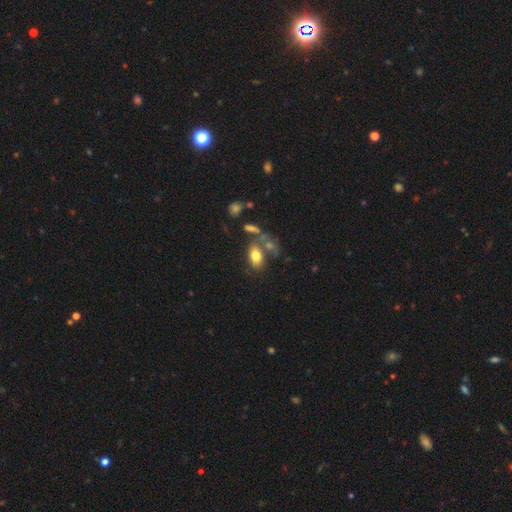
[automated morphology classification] Q: Smooth or featured?
A: smooth (76%); runner-up: featured or disk (15%)
Q: How rounded?
A: in between (89%); runner-up: round (9%)
Q: Merging?
A: none (51%); runner-up: merger (27%)